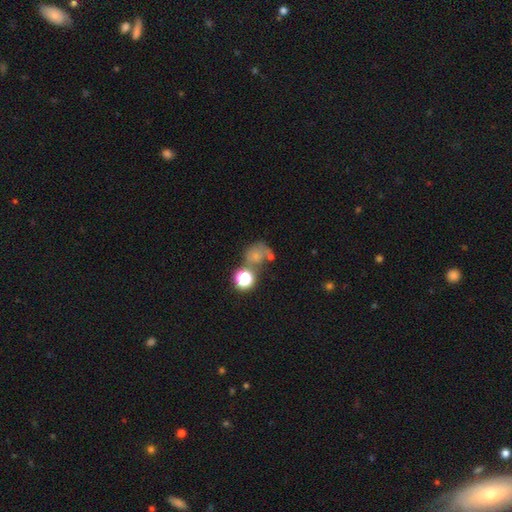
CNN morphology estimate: Smooth or featured?
  - smooth: 61% *
  - star or artifact: 21%
  - featured or disk: 18%
How rounded?
  - round: 70% *
  - in between: 29%
  - cigar-shaped: 1%
Merging?
  - none: 38% *
  - merger: 32%
  - minor disturbance: 16%
  - major disturbance: 14%